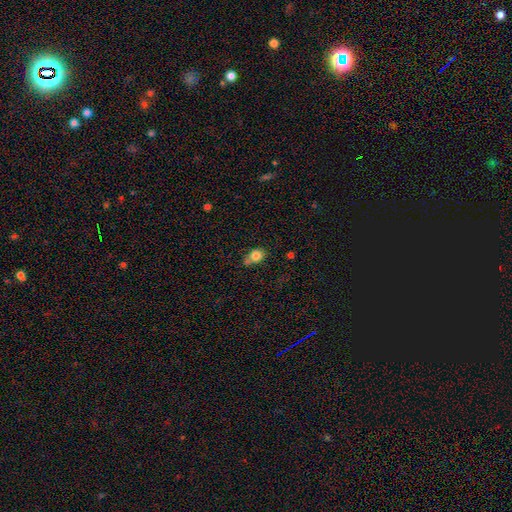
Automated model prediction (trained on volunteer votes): Q: Smooth or featured?
A: smooth (81%); runner-up: star or artifact (10%)
Q: How rounded?
A: in between (50%); runner-up: round (49%)
Q: Merging?
A: none (52%); runner-up: minor disturbance (27%)